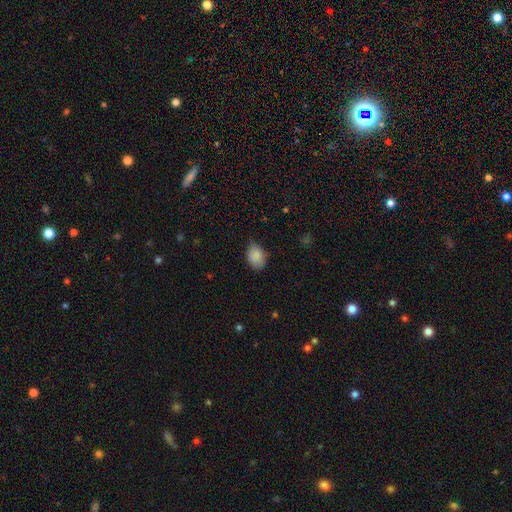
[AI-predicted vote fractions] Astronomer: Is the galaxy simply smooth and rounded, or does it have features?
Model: smooth — 87%.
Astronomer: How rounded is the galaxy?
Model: in between — 73%.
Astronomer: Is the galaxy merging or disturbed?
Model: none — 61%.